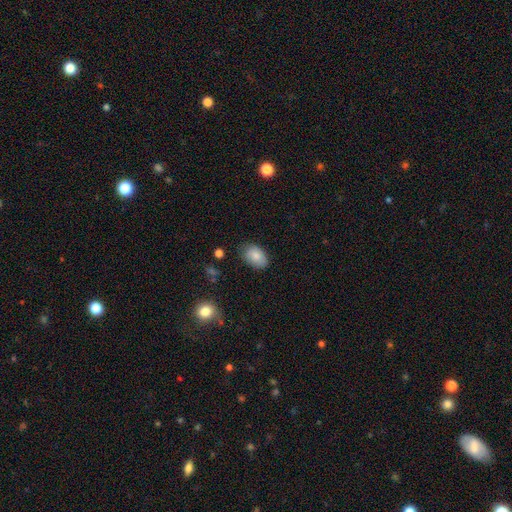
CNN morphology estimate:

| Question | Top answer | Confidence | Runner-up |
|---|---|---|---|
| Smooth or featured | smooth | 84% | featured or disk (9%) |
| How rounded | in between | 89% | round (10%) |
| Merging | none | 77% | minor disturbance (19%) |